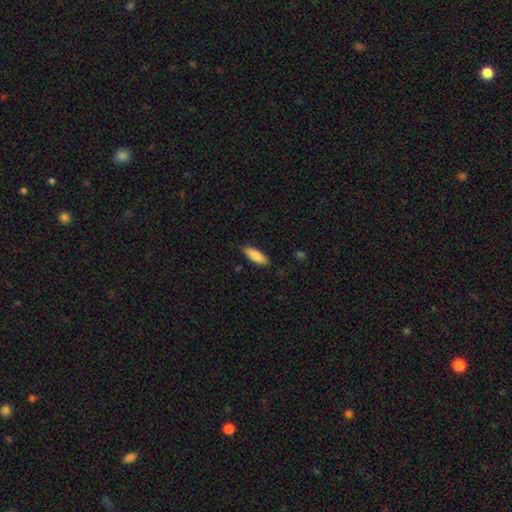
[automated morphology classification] Q: Smooth or featured?
A: smooth (87%); runner-up: featured or disk (7%)
Q: How rounded?
A: in between (56%); runner-up: cigar-shaped (42%)
Q: Merging?
A: none (86%); runner-up: minor disturbance (11%)